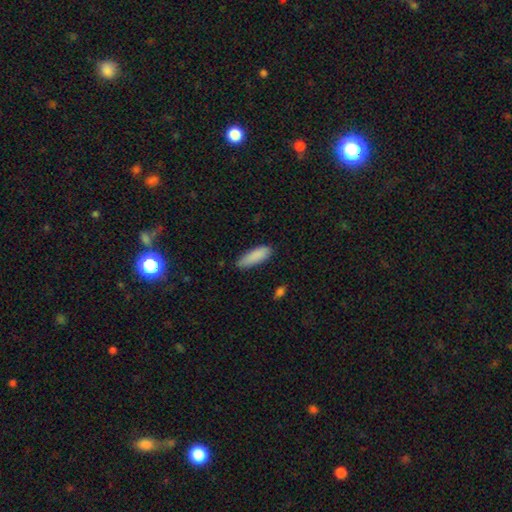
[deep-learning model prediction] This appears to be a smooth galaxy with no disk features (88%) that is cigar-shaped (50%). Merging: none (80%).